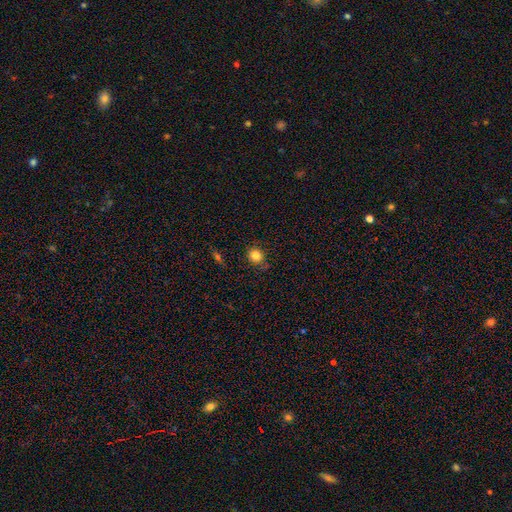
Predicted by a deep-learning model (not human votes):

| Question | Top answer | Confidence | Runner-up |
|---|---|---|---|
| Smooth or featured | smooth | 82% | star or artifact (12%) |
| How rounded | round | 84% | in between (15%) |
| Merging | none | 81% | minor disturbance (13%) |